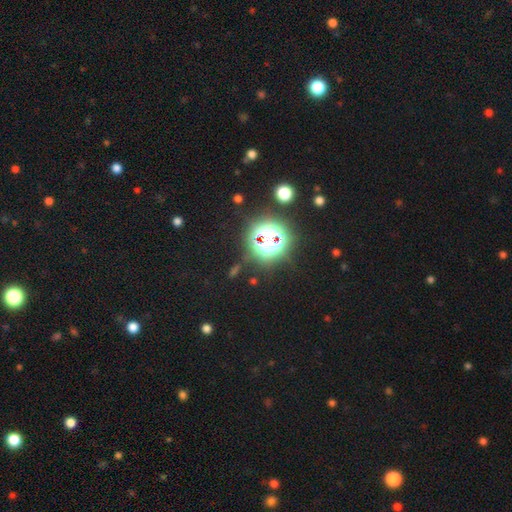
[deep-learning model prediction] Overall: star or artifact (80%).